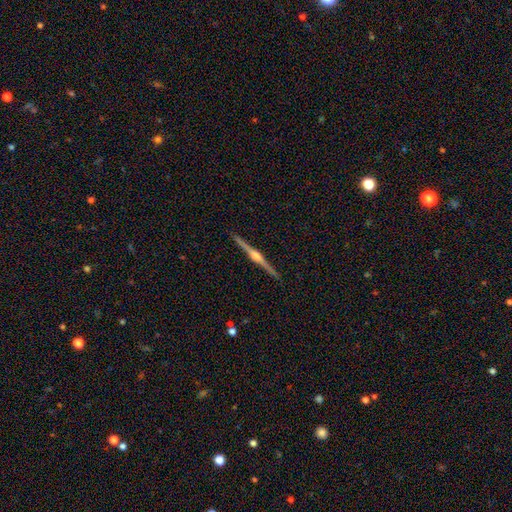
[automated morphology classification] smooth-or-featured: featured or disk: 88% | smooth: 8% | star or artifact: 5%
  disk-edge-on: yes: 99% | no: 1%
    edge-on-bulge: rounded: 92% | boxy: 5% | none: 3%
  merging: none: 93% | minor disturbance: 5% | major disturbance: 1% | merger: 1%